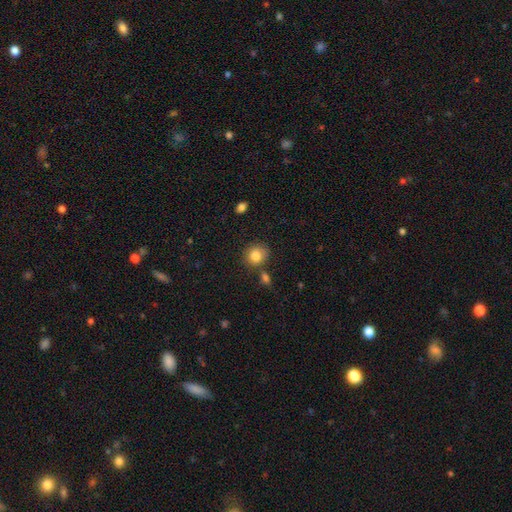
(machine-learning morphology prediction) smooth_or_featured: smooth (p=0.83) [alt: star or artifact p=0.09]
how_rounded: round (p=0.80) [alt: in between p=0.19]
merging: none (p=0.73) [alt: minor disturbance p=0.13]